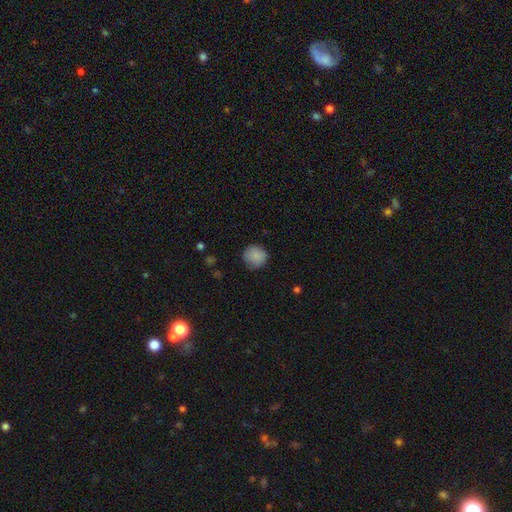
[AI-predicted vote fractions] Overall: smooth (86%). How rounded: round (91%). Merging: none (80%).